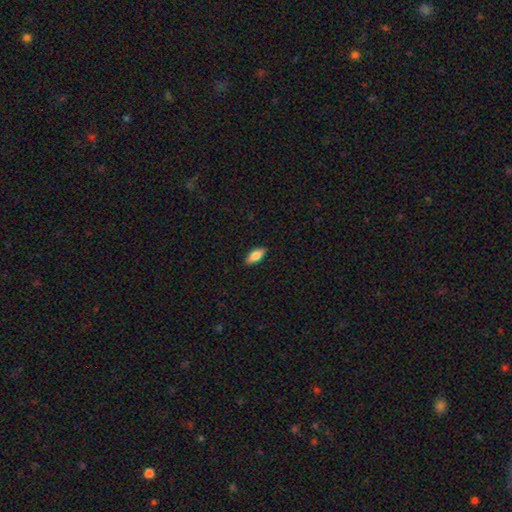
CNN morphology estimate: smooth-or-featured: smooth: 75% | featured or disk: 18% | star or artifact: 6%
  how-rounded: in between: 78% | cigar-shaped: 20% | round: 3%
  merging: none: 89% | minor disturbance: 9% | major disturbance: 2% | merger: 1%